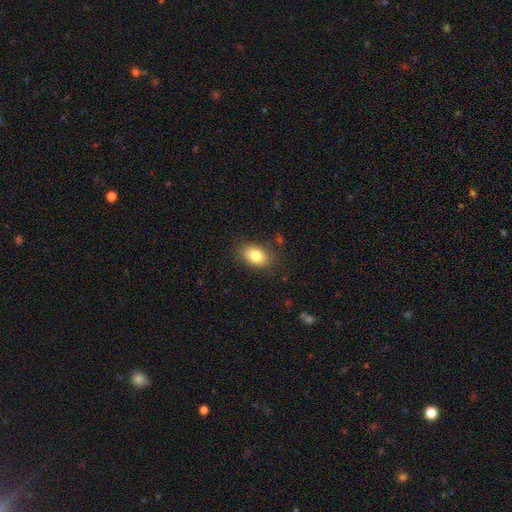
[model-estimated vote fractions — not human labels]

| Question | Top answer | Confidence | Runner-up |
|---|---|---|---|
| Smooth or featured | smooth | 82% | featured or disk (9%) |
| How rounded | in between | 82% | round (17%) |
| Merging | none | 83% | minor disturbance (12%) |